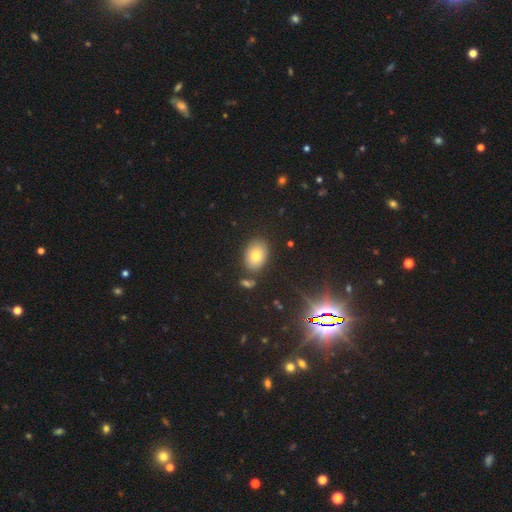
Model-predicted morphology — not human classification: Smooth or featured?
  - smooth: 72% *
  - star or artifact: 17%
  - featured or disk: 11%
How rounded?
  - in between: 75% *
  - round: 23%
  - cigar-shaped: 1%
Merging?
  - none: 83% *
  - minor disturbance: 10%
  - merger: 5%
  - major disturbance: 3%